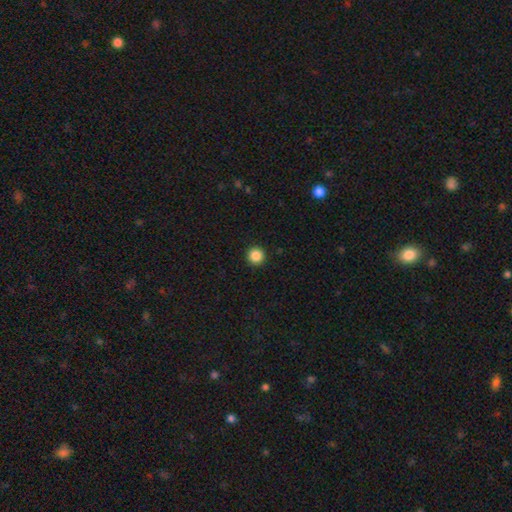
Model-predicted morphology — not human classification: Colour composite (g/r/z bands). It shows a smooth galaxy with no disk features (87%) that is round (96%). Merging: none (93%).